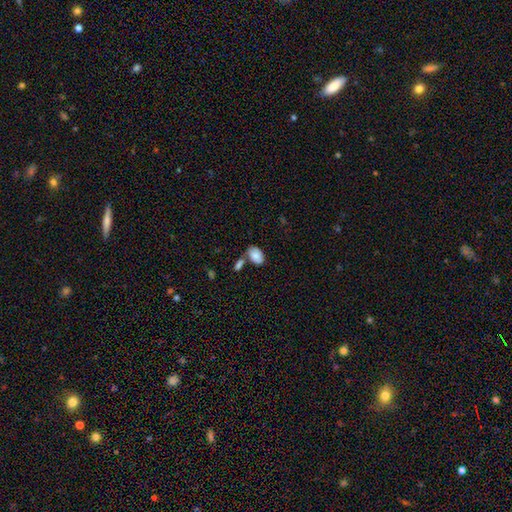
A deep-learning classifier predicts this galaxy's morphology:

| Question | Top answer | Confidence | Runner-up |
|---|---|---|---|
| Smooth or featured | smooth | 83% | featured or disk (10%) |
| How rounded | in between | 92% | round (7%) |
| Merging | none | 58% | merger (23%) |